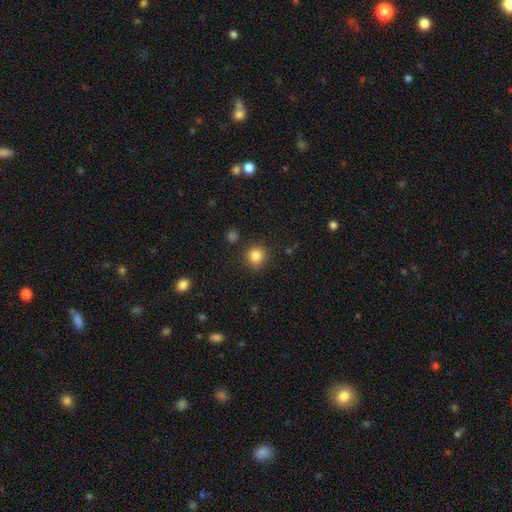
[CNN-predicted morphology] type=smooth (84%); roundness=round (91%); merging=none (87%).